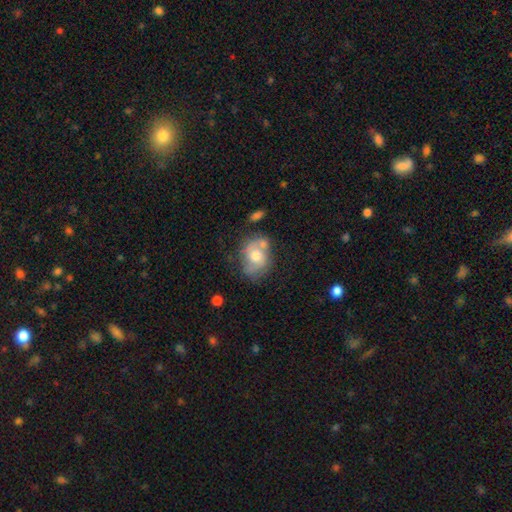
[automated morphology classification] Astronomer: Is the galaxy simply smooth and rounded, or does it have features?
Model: featured or disk — 52% (runner-up: smooth, 41%).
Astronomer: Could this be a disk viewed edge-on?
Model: no — 96%.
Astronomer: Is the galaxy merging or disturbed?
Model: none — 49% (runner-up: minor disturbance, 24%).